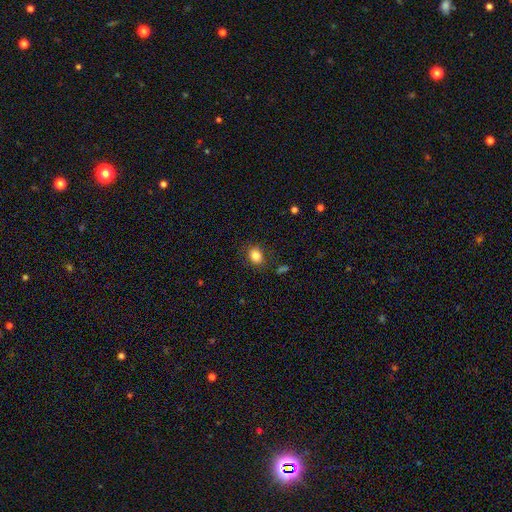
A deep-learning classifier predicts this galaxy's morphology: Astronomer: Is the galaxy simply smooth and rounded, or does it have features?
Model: smooth — 83%.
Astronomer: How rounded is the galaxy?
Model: in between — 52% (runner-up: round, 47%).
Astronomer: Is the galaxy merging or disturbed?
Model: none — 83%.